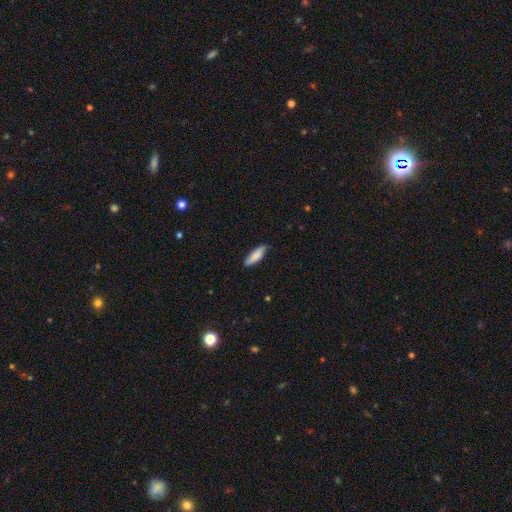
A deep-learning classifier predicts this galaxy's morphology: This appears to be a smooth galaxy with no disk features (82%) that is cigar-shaped (54%). Merging: none (82%).